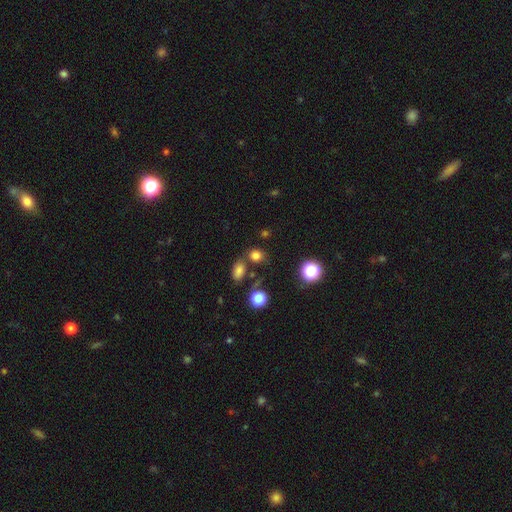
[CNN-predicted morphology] Overall: smooth (77%). How rounded: round (58%; in between 41%). Merging: none (71%).